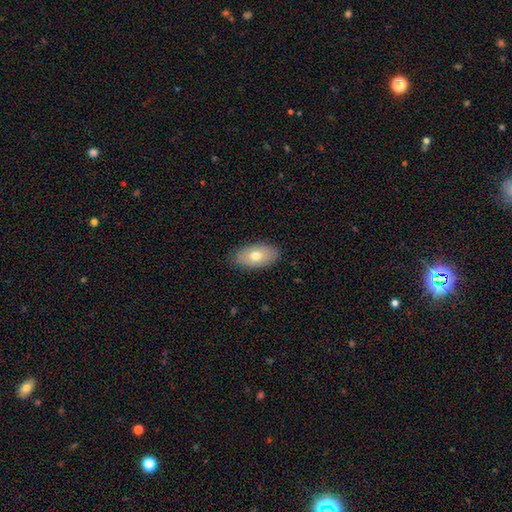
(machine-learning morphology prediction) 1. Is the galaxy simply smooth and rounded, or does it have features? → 71% smooth, 22% featured or disk, 7% star or artifact.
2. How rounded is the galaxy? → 93% in between, 5% round, 3% cigar-shaped.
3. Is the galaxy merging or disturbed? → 86% none, 11% minor disturbance, 2% major disturbance, 1% merger.